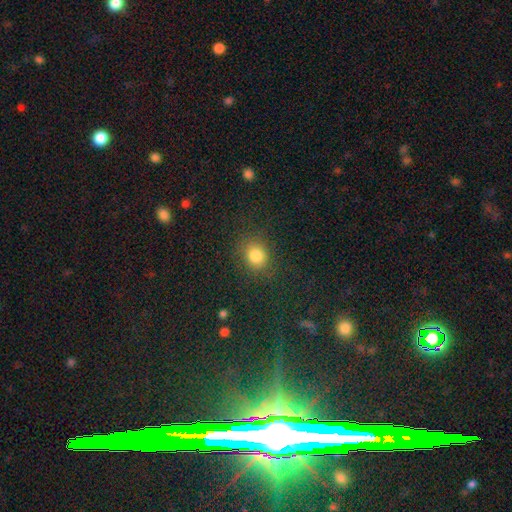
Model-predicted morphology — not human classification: Smooth or featured? Predicted: smooth (p=0.81). How rounded? Predicted: round (p=0.68). Merging? Predicted: none (p=0.84).